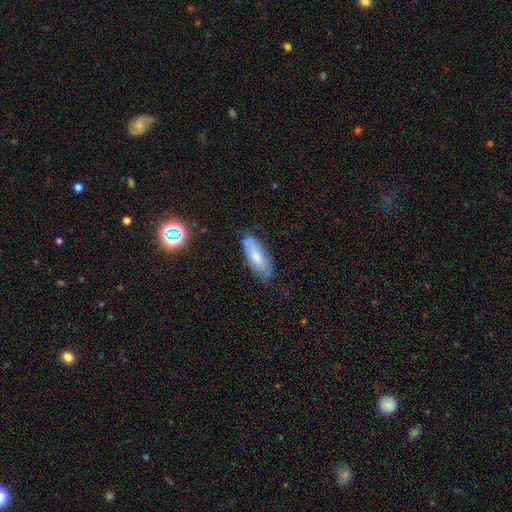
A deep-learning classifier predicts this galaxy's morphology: A smooth galaxy with no disk features (57%) that is in between round and cigar-shaped (66%). Merging: none (74%).